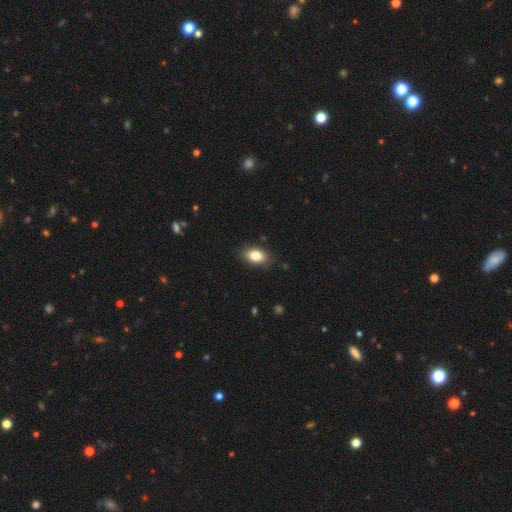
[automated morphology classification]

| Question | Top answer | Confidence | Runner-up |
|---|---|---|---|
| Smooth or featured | smooth | 84% | star or artifact (8%) |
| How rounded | in between | 87% | round (11%) |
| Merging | none | 85% | minor disturbance (12%) |